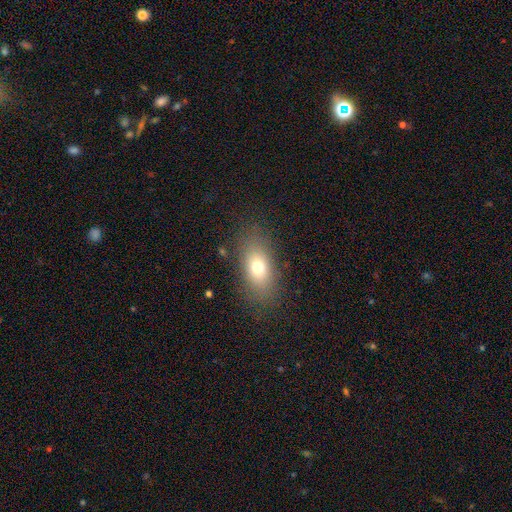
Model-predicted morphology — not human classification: smooth 70%, star or artifact 15%, featured or disk 15%. Down the decision tree: how rounded — in between (84%); merging — none (88%).